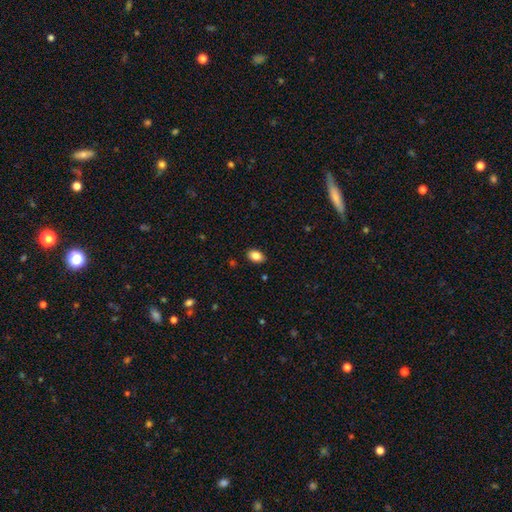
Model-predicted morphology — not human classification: smooth 85%, star or artifact 8%, featured or disk 6%. Down the decision tree: how rounded — in between (84%); merging — none (87%).